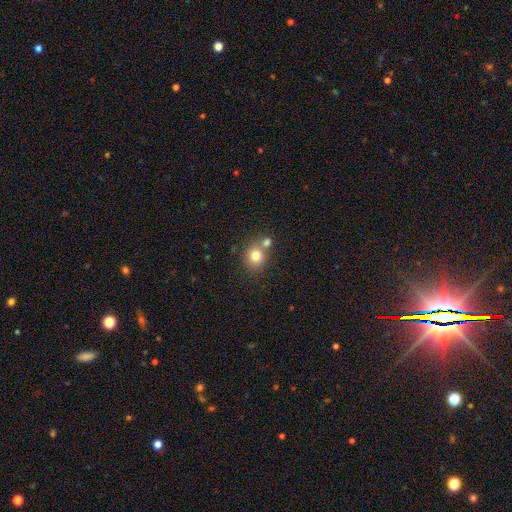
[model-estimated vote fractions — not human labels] smooth 78%, star or artifact 12%, featured or disk 10%. Down the decision tree: how rounded — round (79%); merging — none (55%).